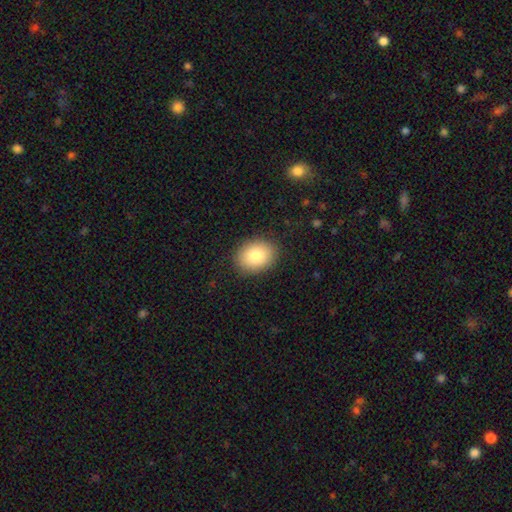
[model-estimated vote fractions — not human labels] smooth 82%, featured or disk 9%, star or artifact 8%. Down the decision tree: how rounded — in between (57%); merging — none (88%).